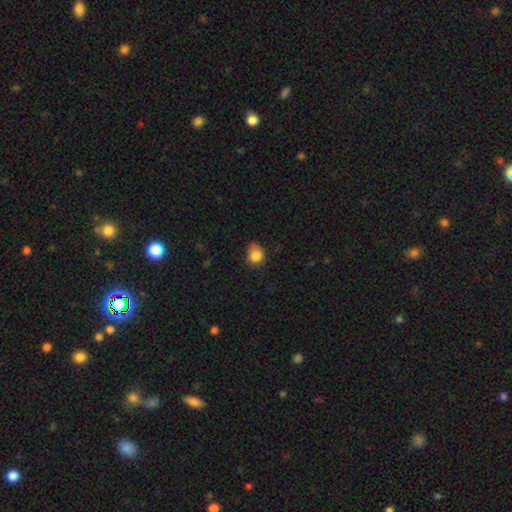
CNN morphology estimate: Smooth or featured?
  - smooth: 83% *
  - star or artifact: 10%
  - featured or disk: 7%
How rounded?
  - round: 58% *
  - in between: 41%
  - cigar-shaped: 1%
Merging?
  - none: 52% *
  - minor disturbance: 37%
  - major disturbance: 9%
  - merger: 2%